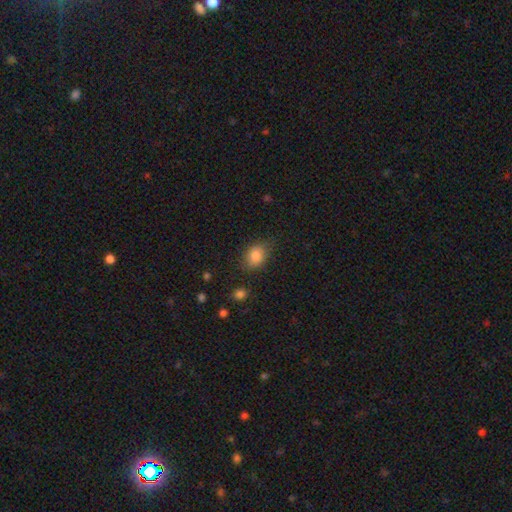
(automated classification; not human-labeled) Smooth or featured? Predicted: smooth (p=0.85). How rounded? Predicted: in between (p=0.60). Merging? Predicted: none (p=0.73).